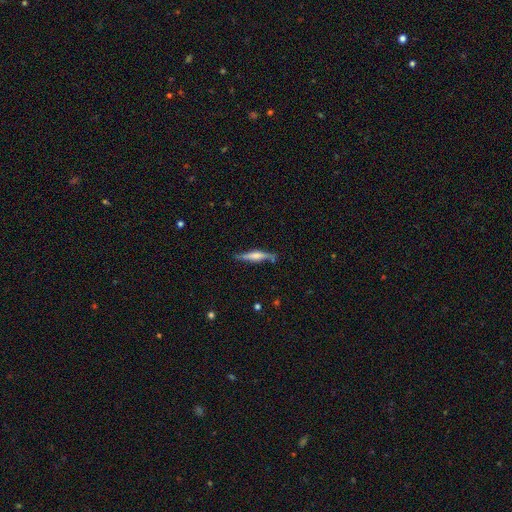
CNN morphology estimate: smooth_or_featured: featured or disk (p=0.53) [alt: smooth p=0.40]
disk_edge_on: yes (p=0.93) [alt: no p=0.07]
merging: none (p=0.78) [alt: minor disturbance p=0.16]